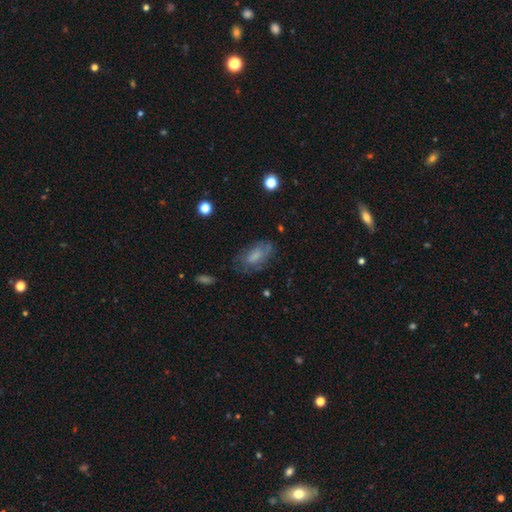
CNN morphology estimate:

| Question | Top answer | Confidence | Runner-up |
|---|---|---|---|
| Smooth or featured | smooth | 56% | featured or disk (34%) |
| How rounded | in between | 87% | cigar-shaped (8%) |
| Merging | none | 59% | minor disturbance (25%) |